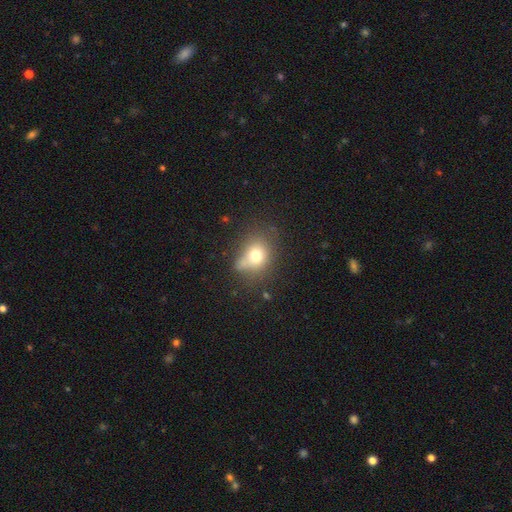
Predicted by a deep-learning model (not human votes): Morphology: type=smooth (71%); roundness=round (51%); merging=none (51%).